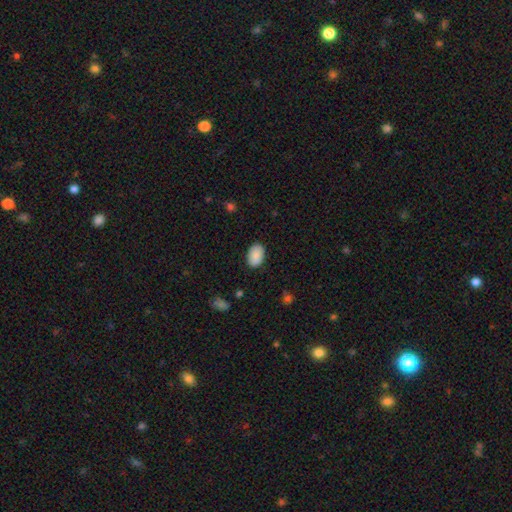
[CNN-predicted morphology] Smooth or featured?
  - smooth: 90% *
  - star or artifact: 6%
  - featured or disk: 4%
How rounded?
  - in between: 91% *
  - round: 8%
  - cigar-shaped: 1%
Merging?
  - none: 87% *
  - minor disturbance: 10%
  - major disturbance: 2%
  - merger: 1%